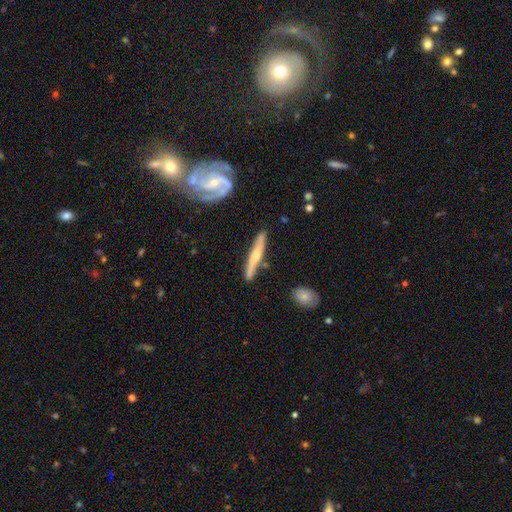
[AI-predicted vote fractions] Smooth or featured? featured or disk (57%)
Edge-on disk? yes (85%)
Merging? none (77%)